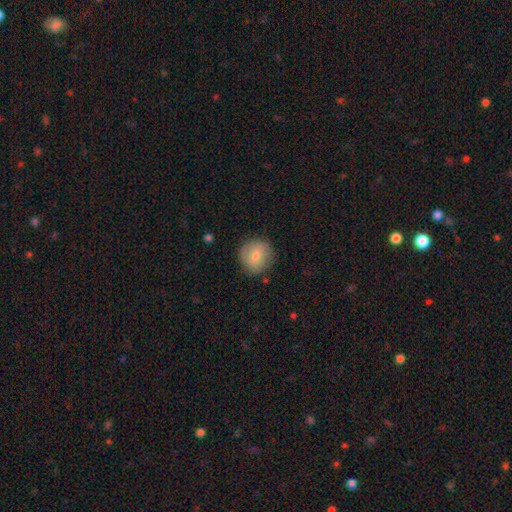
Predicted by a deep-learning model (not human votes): smooth-or-featured: smooth: 77% | featured or disk: 16% | star or artifact: 7%
  how-rounded: round: 92% | in between: 7% | cigar-shaped: 1%
  merging: none: 85% | minor disturbance: 11% | major disturbance: 3% | merger: 1%